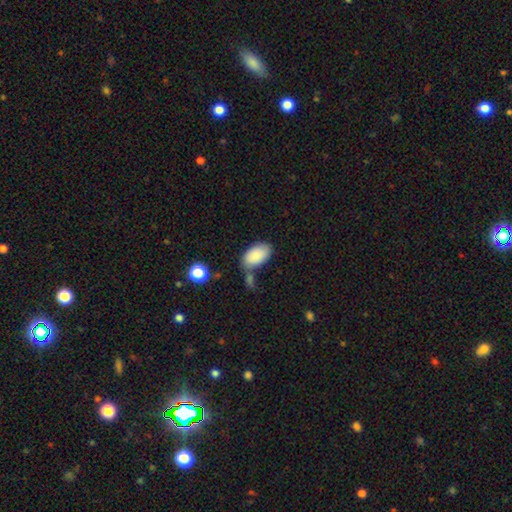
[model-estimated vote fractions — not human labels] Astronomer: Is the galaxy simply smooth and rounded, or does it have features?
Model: smooth — 87%.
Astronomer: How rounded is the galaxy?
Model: in between — 94%.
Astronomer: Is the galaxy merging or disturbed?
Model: none — 59%.